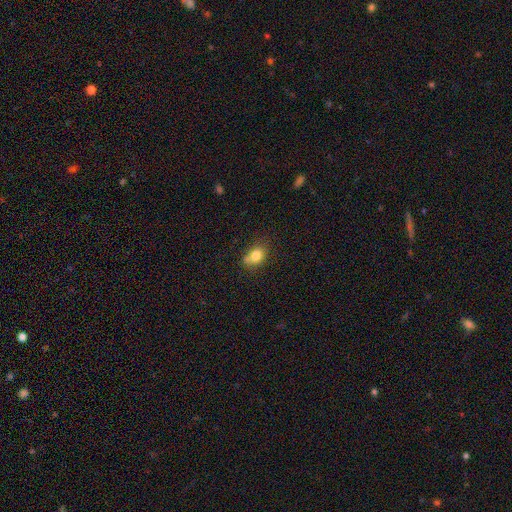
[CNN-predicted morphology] type=smooth (80%); roundness=in between (62%); merging=none (55%).